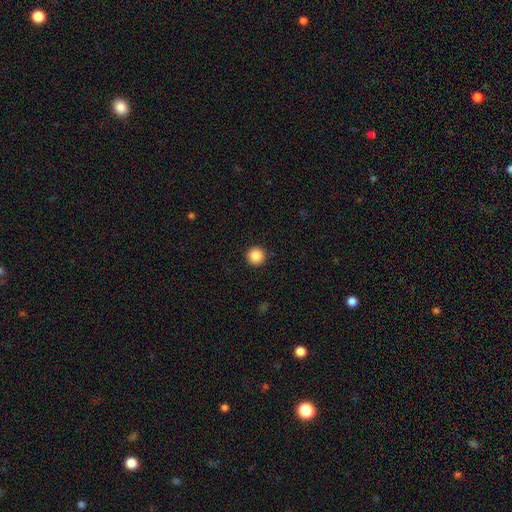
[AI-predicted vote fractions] Smooth or featured: smooth — 87% (star or artifact — 10%)
How rounded: round — 96% (in between — 3%)
Merging: none — 93% (minor disturbance — 5%)